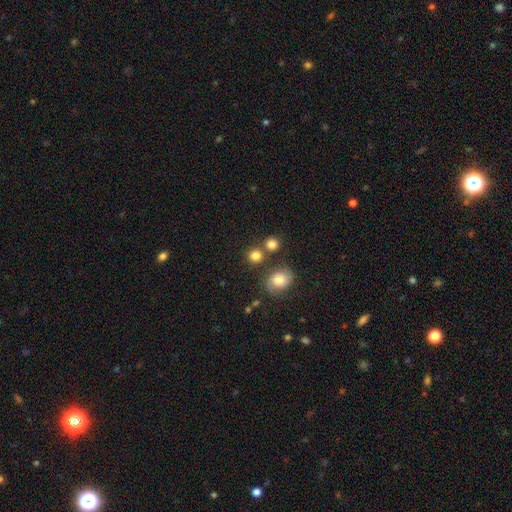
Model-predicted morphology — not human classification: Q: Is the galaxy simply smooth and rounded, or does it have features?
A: smooth — 81%.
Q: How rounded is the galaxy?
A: round — 81%.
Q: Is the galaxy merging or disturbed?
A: none — 70%.